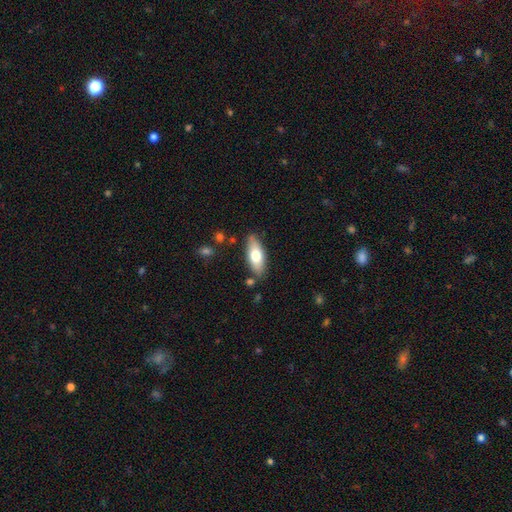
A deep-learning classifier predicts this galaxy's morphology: A smooth galaxy with no disk features (68%) that is in between round and cigar-shaped (77%).

Vote fractions:
- Smooth or featured? smooth: 68% / featured or disk: 26% / star or artifact: 6%
- How rounded? in between: 77% / cigar-shaped: 20% / round: 2%
- Merging? none: 81% / minor disturbance: 13% / merger: 3% / major disturbance: 3%